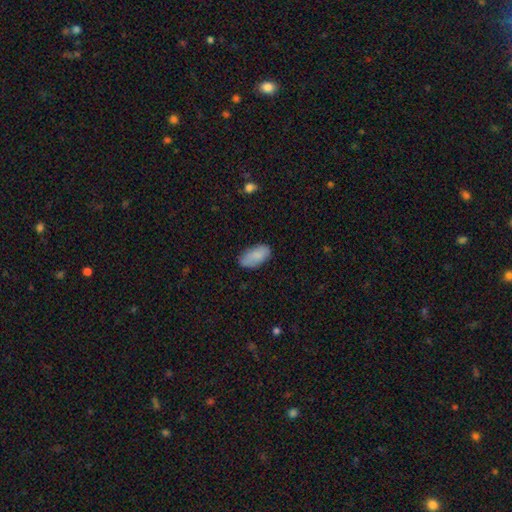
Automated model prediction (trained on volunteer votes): smooth 85%, featured or disk 8%, star or artifact 7%. Down the decision tree: how rounded — in between (93%); merging — none (81%).